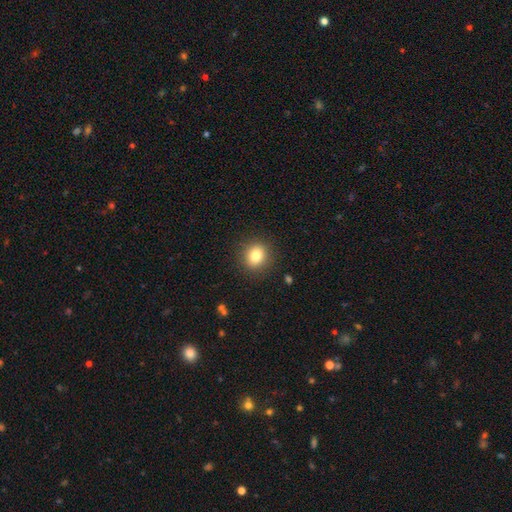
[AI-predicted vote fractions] Overall: smooth (81%). How rounded: round (83%). Merging: none (89%).